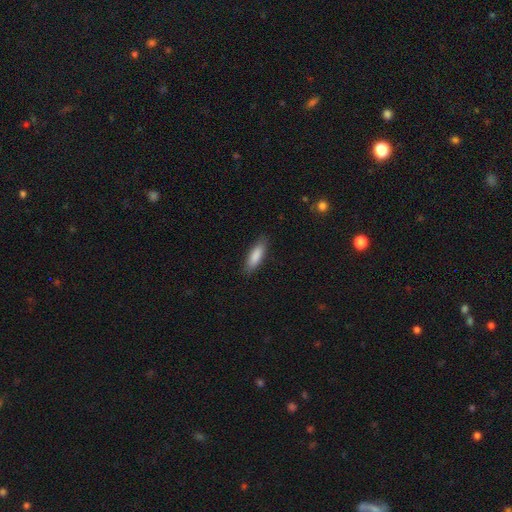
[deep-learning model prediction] This appears to be a smooth galaxy with no disk features (86%) that is cigar-shaped (52%). Merging: none (86%).